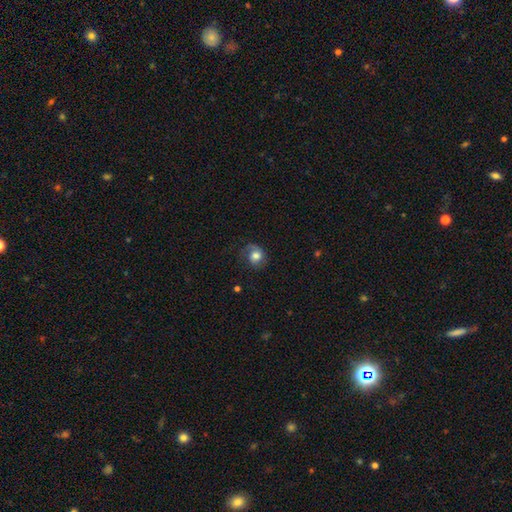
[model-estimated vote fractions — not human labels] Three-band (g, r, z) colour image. It shows a smooth galaxy with no disk features (64%) that is round (69%). Merging: none (58%).